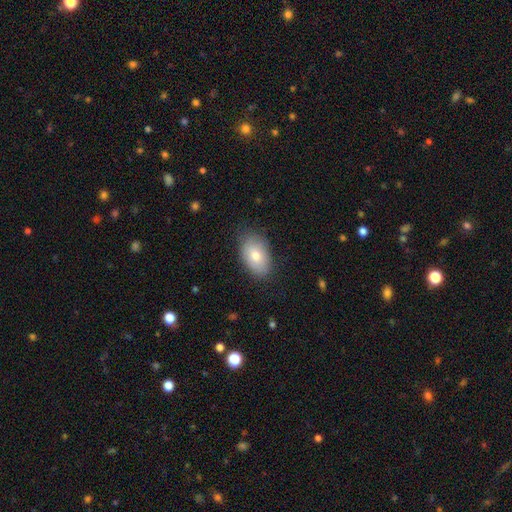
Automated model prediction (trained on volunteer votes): A smooth galaxy with no disk features (76%) that is in between round and cigar-shaped (90%). Merging: none (77%).